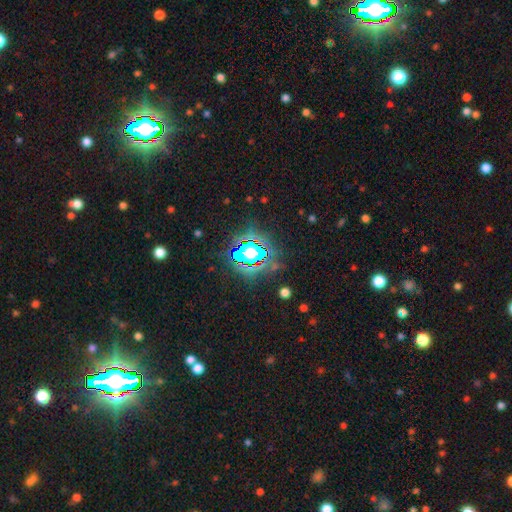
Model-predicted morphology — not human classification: A star or artifact, not a galaxy (82%).

Vote fractions:
- Smooth or featured? star or artifact: 82% / smooth: 10% / featured or disk: 8%